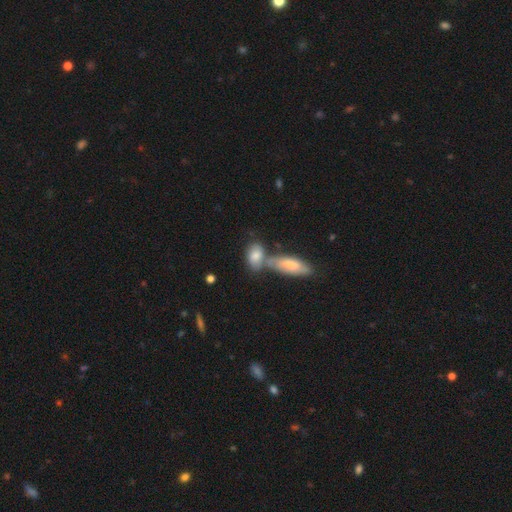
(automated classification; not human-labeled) Smooth or featured? smooth (78%)
How rounded? in between (83%)
Merging? merger (42%)